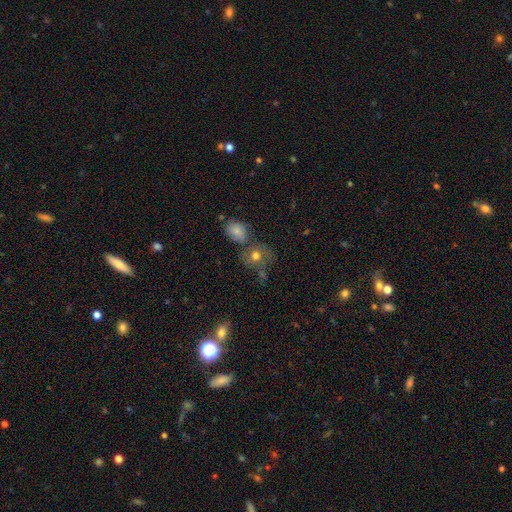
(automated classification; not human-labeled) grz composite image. It shows a smooth galaxy with no disk features (70%) that is round (66%). Merging: none (52%).